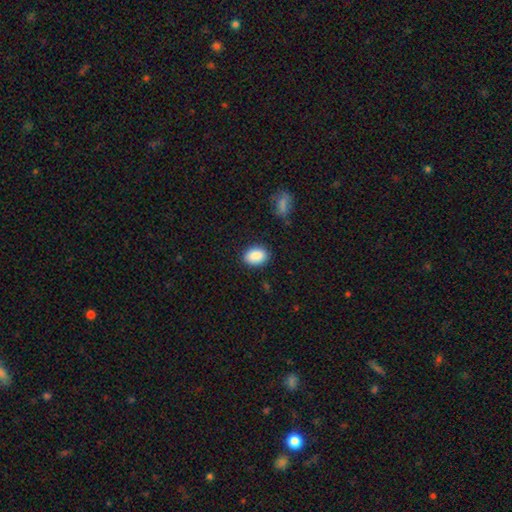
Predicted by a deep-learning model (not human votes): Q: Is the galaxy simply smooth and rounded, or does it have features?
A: smooth — 89%.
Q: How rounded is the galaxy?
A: in between — 78%.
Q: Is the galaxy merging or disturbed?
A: none — 84%.